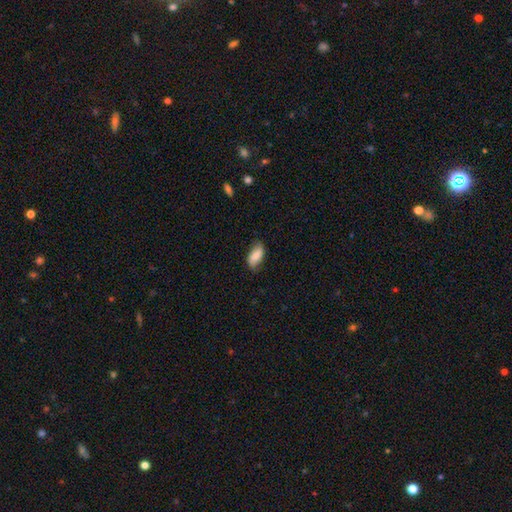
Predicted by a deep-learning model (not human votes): This appears to be a smooth galaxy with no disk features (80%) that is in between round and cigar-shaped (88%). Merging: none (70%).